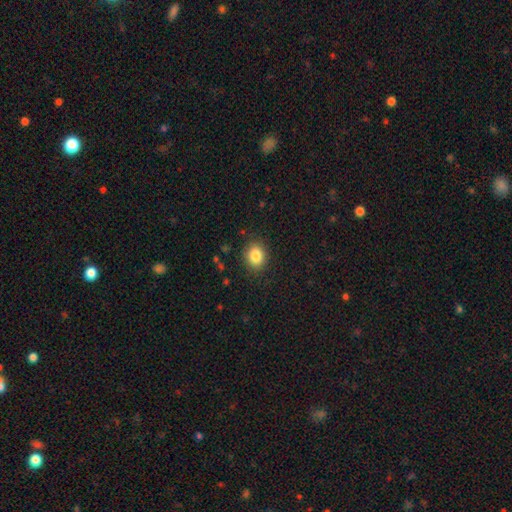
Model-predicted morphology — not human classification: type=smooth (85%); roundness=round (57%); merging=none (88%).